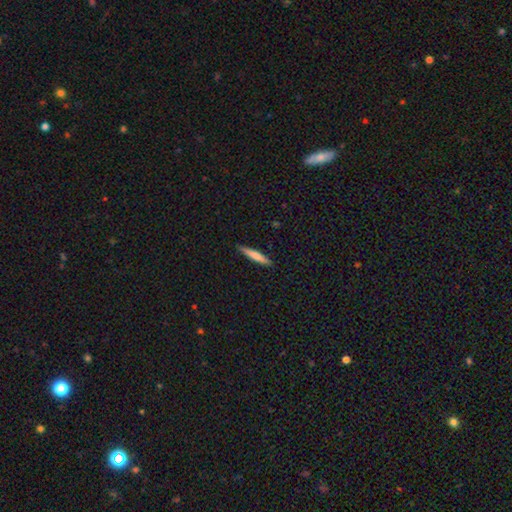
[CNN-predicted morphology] Smooth or featured: smooth — 67% (featured or disk — 27%)
How rounded: cigar-shaped — 93% (in between — 6%)
Merging: none — 90% (minor disturbance — 7%)